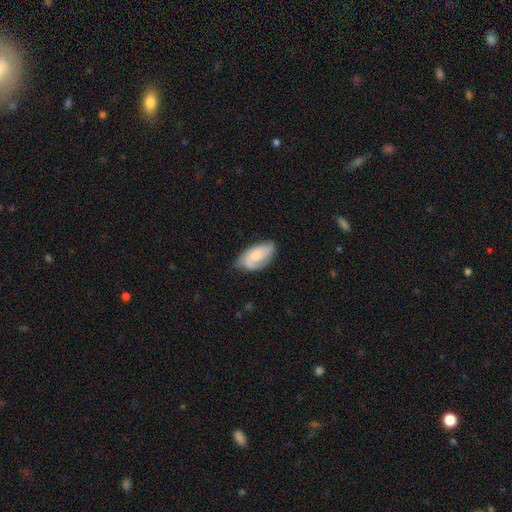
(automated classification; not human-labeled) This appears to be a featured or disk galaxy (48%). Merging: none (62%).